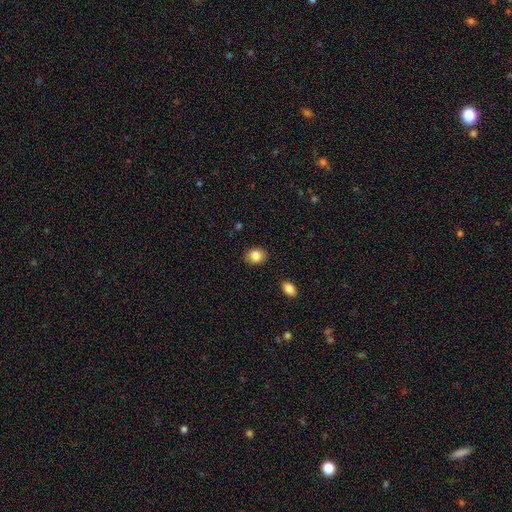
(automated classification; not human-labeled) A smooth galaxy with no disk features (84%) that is round (52%). Merging: none (88%).